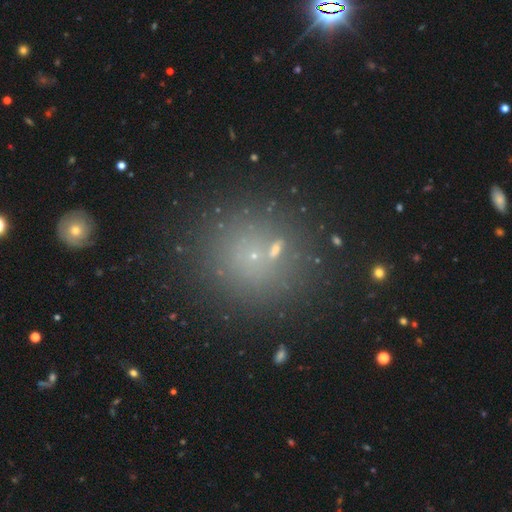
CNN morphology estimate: This appears to be a smooth galaxy with no disk features (48%). Merging: none (77%).